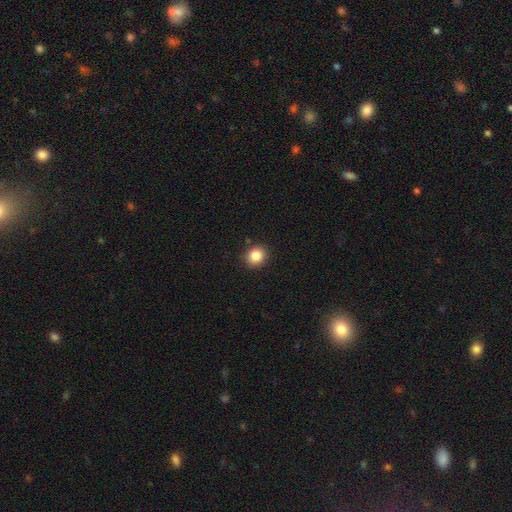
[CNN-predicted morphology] Smooth or featured: smooth — 86% (star or artifact — 10%)
How rounded: round — 79% (in between — 20%)
Merging: none — 88% (minor disturbance — 8%)